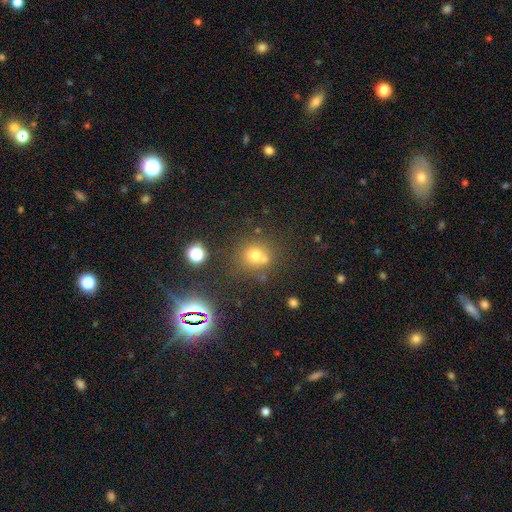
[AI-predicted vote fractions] Overall: smooth (65%). How rounded: round (82%). Merging: none (58%; merger 25%).